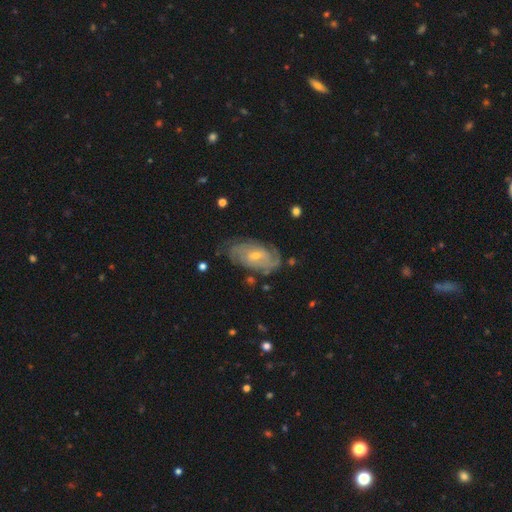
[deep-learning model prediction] featured or disk 80%, smooth 13%, star or artifact 7%. Down the decision tree: edge-on disk — no (94%); bar — no (54%); spiral arms — yes (93%); spiral arm count — can't tell (39%); spiral winding — tight (66%); bulge size — small (56%); merging — none (72%).